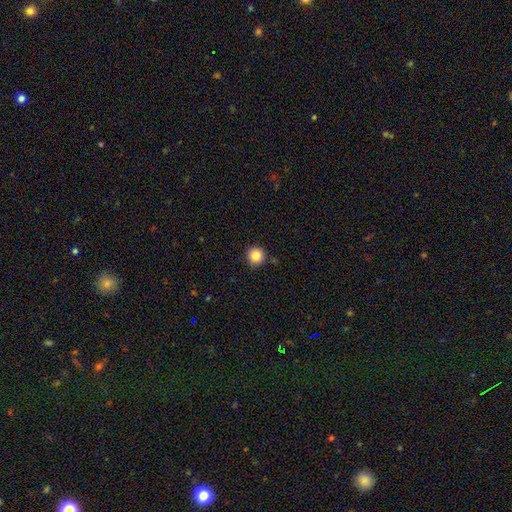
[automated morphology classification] A smooth galaxy with no disk features (85%) that is round (95%).

Vote fractions:
- Smooth or featured? smooth: 85% / star or artifact: 10% / featured or disk: 4%
- How rounded? round: 95% / in between: 4% / cigar-shaped: 1%
- Merging? none: 89% / minor disturbance: 7% / merger: 2% / major disturbance: 2%